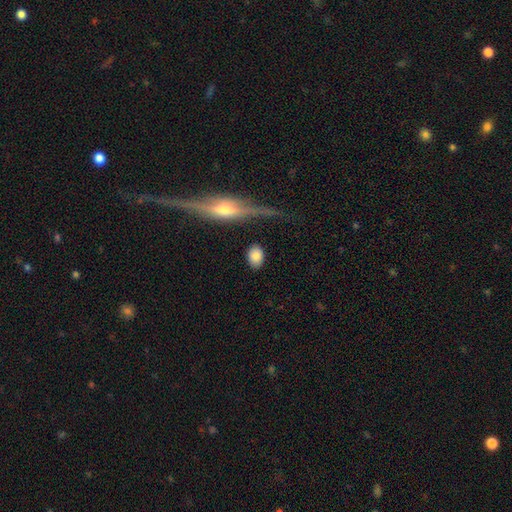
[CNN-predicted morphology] smooth 84%, featured or disk 9%, star or artifact 7%. Down the decision tree: how rounded — in between (79%); merging — none (81%).